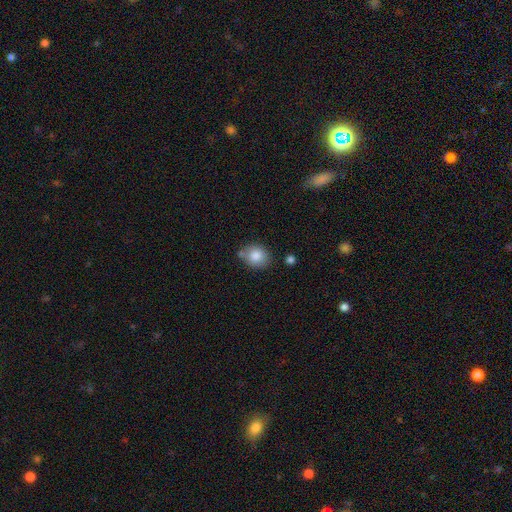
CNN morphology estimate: The model was most divided on "how rounded": round: 64%, in between: 35%, cigar-shaped: 1%. More confident: smooth or featured — smooth (83%); merging — none (69%).